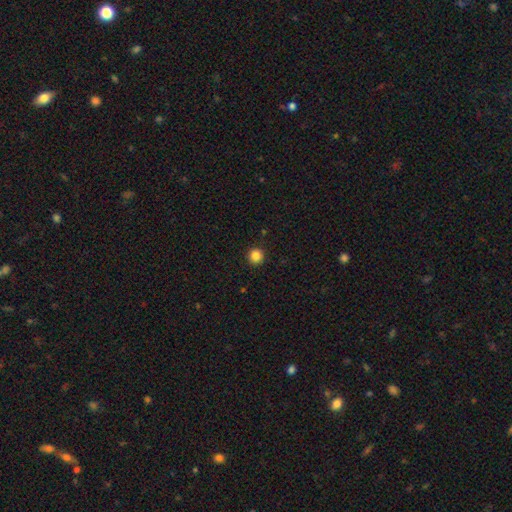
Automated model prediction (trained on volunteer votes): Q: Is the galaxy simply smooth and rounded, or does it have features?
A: smooth — 85%.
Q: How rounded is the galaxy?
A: round — 96%.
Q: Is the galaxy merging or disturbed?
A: none — 93%.